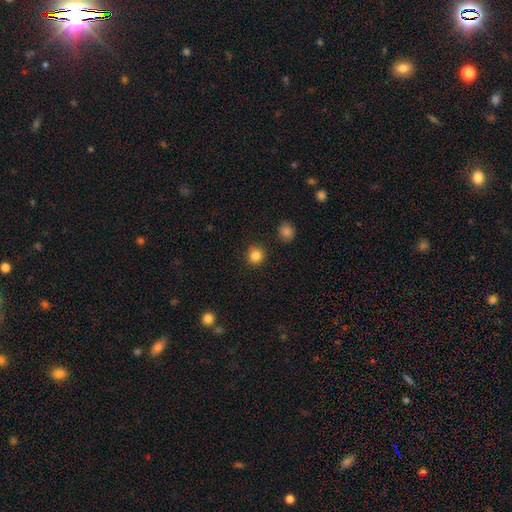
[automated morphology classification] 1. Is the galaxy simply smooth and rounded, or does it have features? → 85% smooth, 11% star or artifact, 4% featured or disk.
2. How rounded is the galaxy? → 92% round, 8% in between, 1% cigar-shaped.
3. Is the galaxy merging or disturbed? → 90% none, 6% minor disturbance, 2% major disturbance, 2% merger.